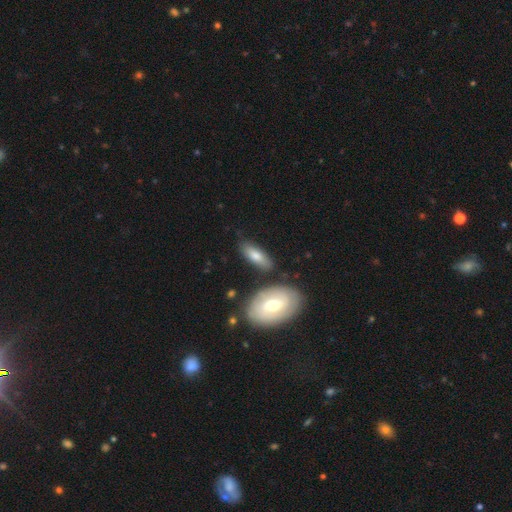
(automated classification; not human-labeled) Q: Smooth or featured?
A: smooth (67%); runner-up: featured or disk (26%)
Q: How rounded?
A: in between (72%); runner-up: cigar-shaped (24%)
Q: Merging?
A: none (74%); runner-up: minor disturbance (14%)